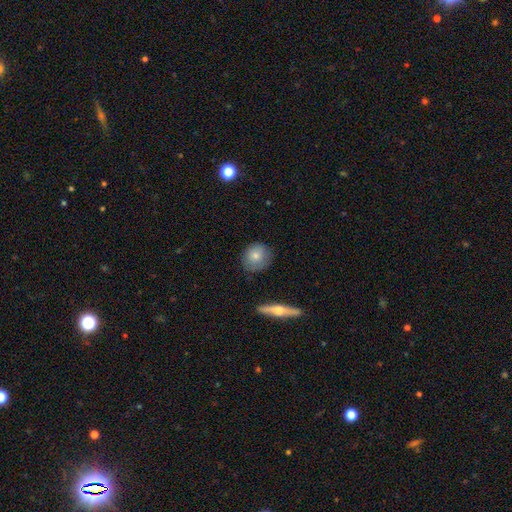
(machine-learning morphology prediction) The model was most divided on "smooth or featured": smooth: 74%, featured or disk: 19%, star or artifact: 7%. More confident: how rounded — round (85%); merging — none (81%).